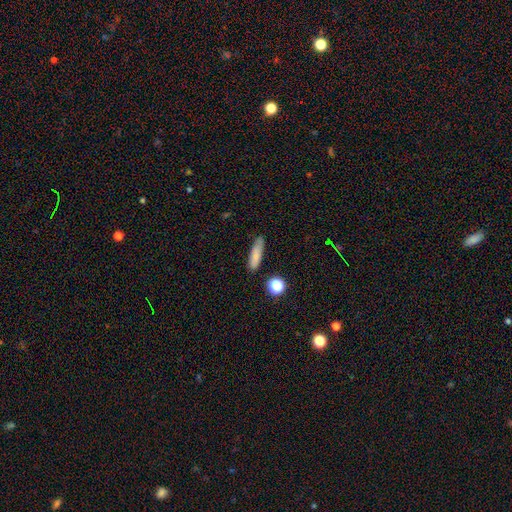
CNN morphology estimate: Overall: smooth (81%). How rounded: cigar-shaped (70%). Merging: none (80%).